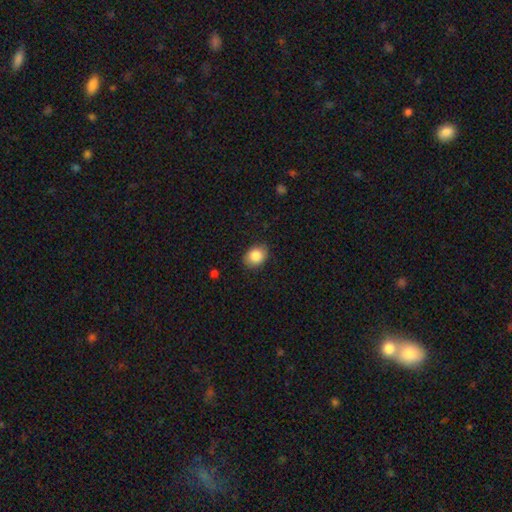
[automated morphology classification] smooth-or-featured: smooth: 86% | star or artifact: 8% | featured or disk: 6%
  how-rounded: in between: 62% | round: 37% | cigar-shaped: 1%
  merging: none: 85% | minor disturbance: 12% | major disturbance: 3% | merger: 1%